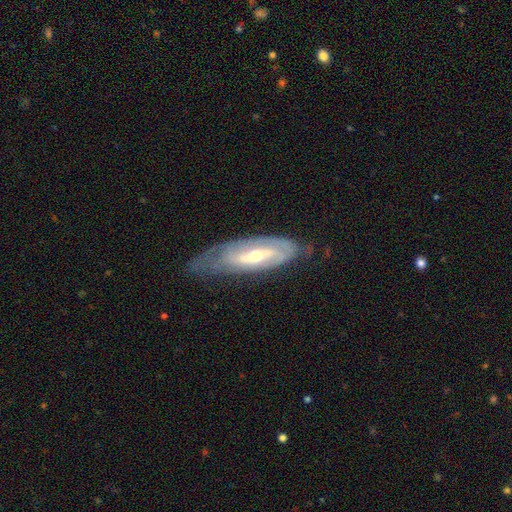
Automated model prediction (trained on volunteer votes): Smooth or featured? Predicted: featured or disk (p=0.77). Edge-on disk? Predicted: no (p=0.82). Bar? Predicted: no (p=0.41). Spiral arms? Predicted: yes (p=0.77). Bulge size? Predicted: moderate (p=0.54). Merging? Predicted: none (p=0.55).